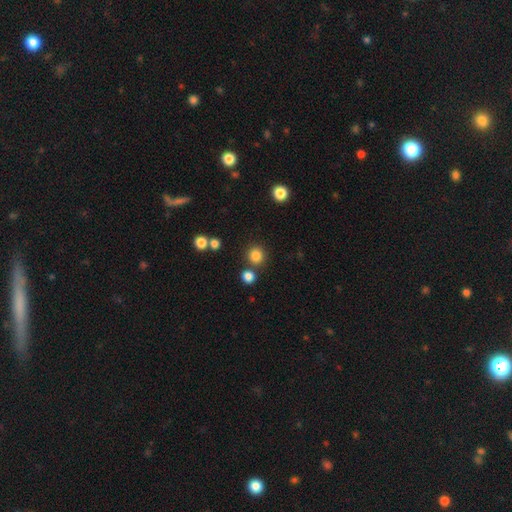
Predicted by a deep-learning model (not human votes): Morphology: type=smooth (82%); roundness=round (91%); merging=none (81%).